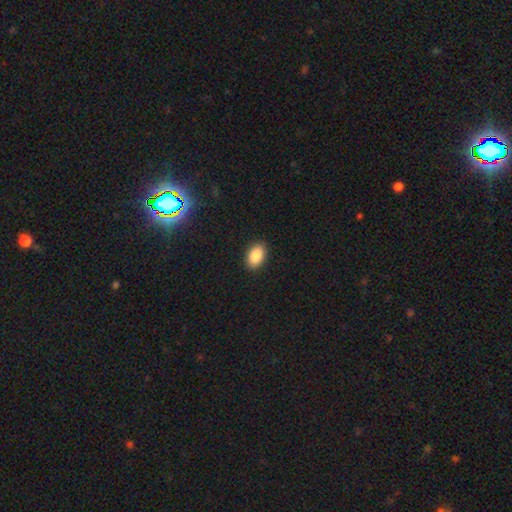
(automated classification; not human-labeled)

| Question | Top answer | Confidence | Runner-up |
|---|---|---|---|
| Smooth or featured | smooth | 87% | star or artifact (8%) |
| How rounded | in between | 91% | round (8%) |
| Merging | none | 90% | minor disturbance (7%) |